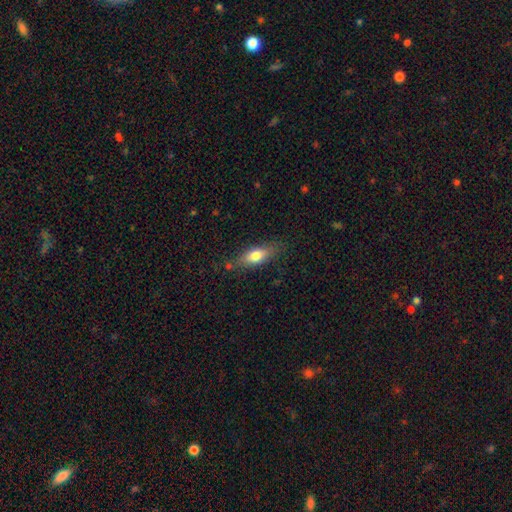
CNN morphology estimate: smooth-or-featured: smooth: 72% | featured or disk: 21% | star or artifact: 7%
  how-rounded: in between: 69% | cigar-shaped: 27% | round: 4%
  merging: none: 76% | minor disturbance: 17% | major disturbance: 4% | merger: 3%